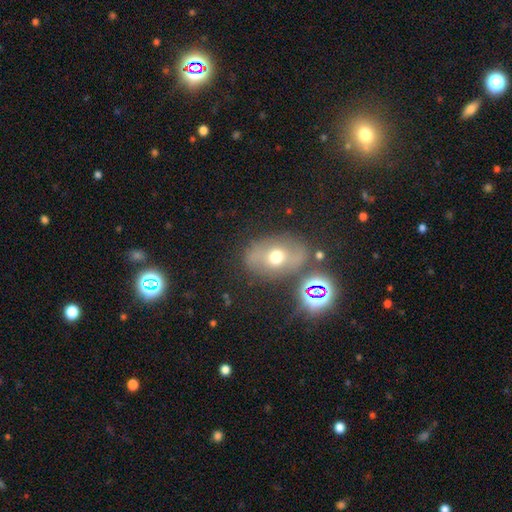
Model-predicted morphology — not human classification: Q: Smooth or featured?
A: smooth (44%); runner-up: featured or disk (36%)
Q: Merging?
A: none (74%); runner-up: minor disturbance (15%)